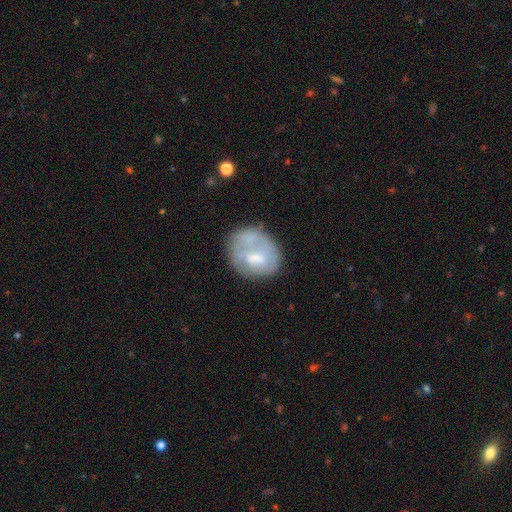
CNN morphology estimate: The model was most divided on "smooth or featured": smooth: 49%, featured or disk: 43%, star or artifact: 8%. Remaining: merging — none (49%).